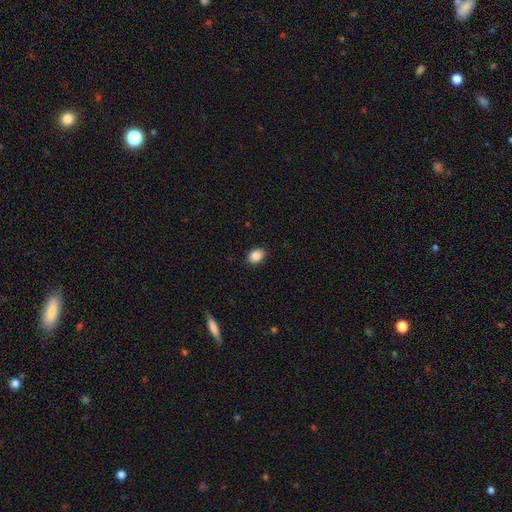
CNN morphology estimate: Smooth or featured? Predicted: smooth (p=0.87). How rounded? Predicted: in between (p=0.61). Merging? Predicted: none (p=0.89).